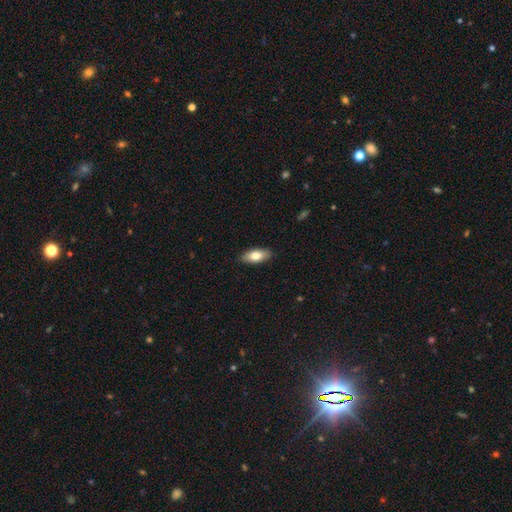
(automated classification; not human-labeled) Overall: smooth (78%). How rounded: in between (84%). Merging: none (88%).